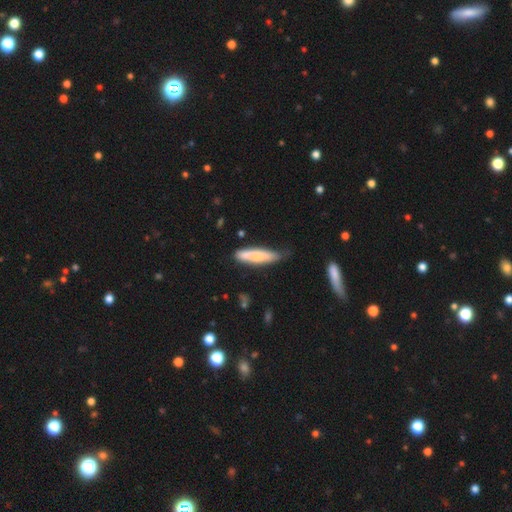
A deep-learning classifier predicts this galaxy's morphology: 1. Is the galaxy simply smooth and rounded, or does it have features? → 71% smooth, 24% featured or disk, 6% star or artifact.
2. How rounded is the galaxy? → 78% cigar-shaped, 20% in between, 1% round.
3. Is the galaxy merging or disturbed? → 60% none, 28% minor disturbance, 6% major disturbance, 5% merger.